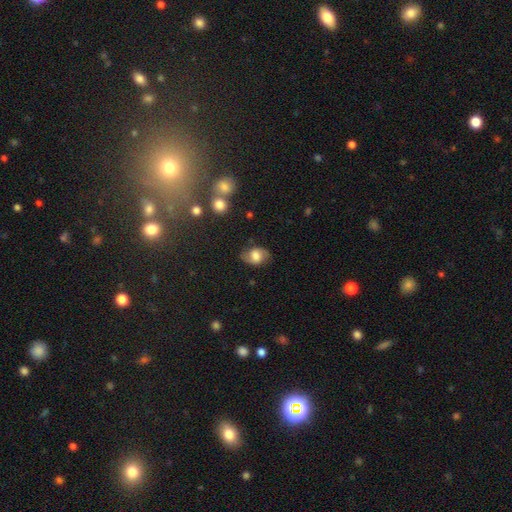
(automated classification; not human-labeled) Smooth or featured? smooth (46%)
Merging? none (76%)